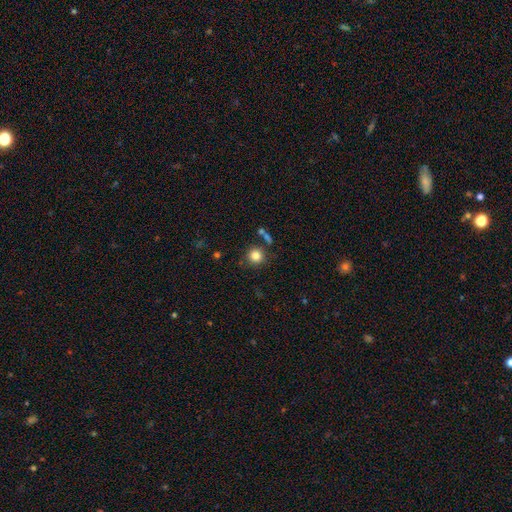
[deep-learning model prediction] A smooth galaxy with no disk features (82%) that is round (93%). Merging: none (81%).